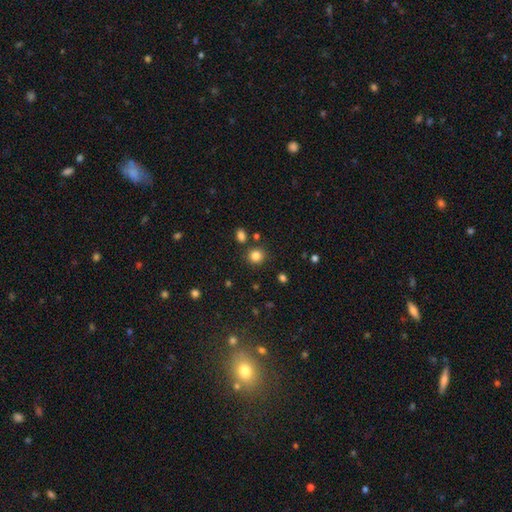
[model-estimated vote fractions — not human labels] Smooth or featured?
  - smooth: 83% *
  - star or artifact: 12%
  - featured or disk: 5%
How rounded?
  - round: 88% *
  - in between: 11%
  - cigar-shaped: 1%
Merging?
  - none: 84% *
  - minor disturbance: 8%
  - merger: 6%
  - major disturbance: 3%